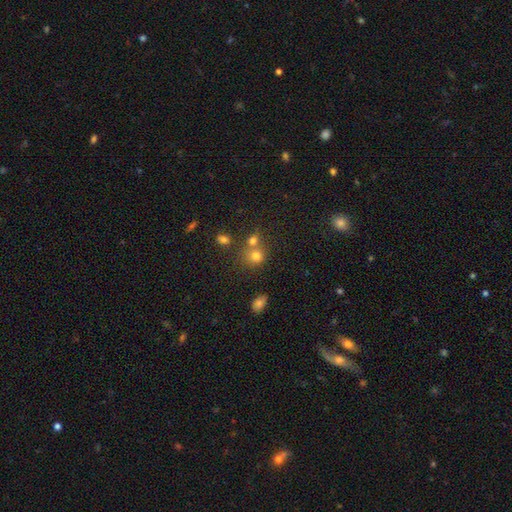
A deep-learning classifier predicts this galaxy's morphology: A smooth galaxy with no disk features (74%) that is round (82%).

Vote fractions:
- Smooth or featured? smooth: 74% / star or artifact: 16% / featured or disk: 10%
- How rounded? round: 82% / in between: 17% / cigar-shaped: 1%
- Merging? none: 50% / merger: 36% / minor disturbance: 10% / major disturbance: 4%